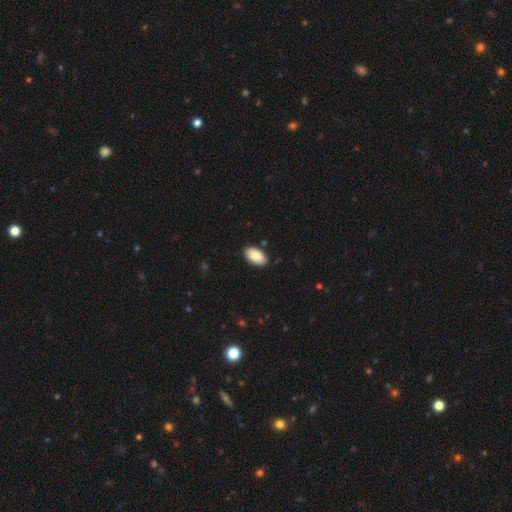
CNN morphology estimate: This is clearly a smooth galaxy (87%). How rounded: clearly in between (95%). Merging: clearly none (88%).